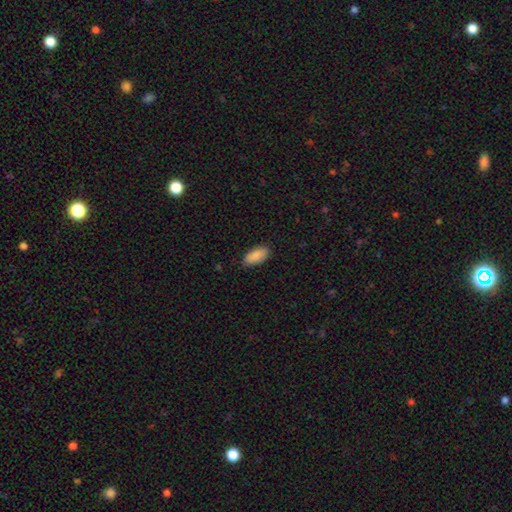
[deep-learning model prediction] smooth-or-featured: smooth: 89% | star or artifact: 6% | featured or disk: 5%
  how-rounded: in between: 91% | cigar-shaped: 7% | round: 2%
  merging: none: 84% | minor disturbance: 13% | major disturbance: 2% | merger: 1%